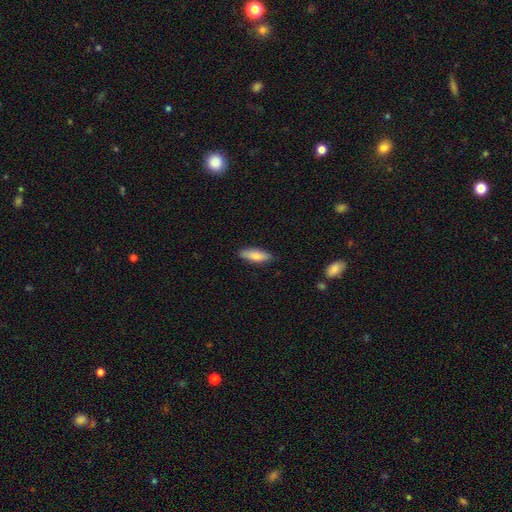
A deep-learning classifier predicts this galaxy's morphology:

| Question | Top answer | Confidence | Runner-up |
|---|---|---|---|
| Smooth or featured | smooth | 79% | featured or disk (15%) |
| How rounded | in between | 51% | cigar-shaped (47%) |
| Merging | none | 86% | minor disturbance (11%) |